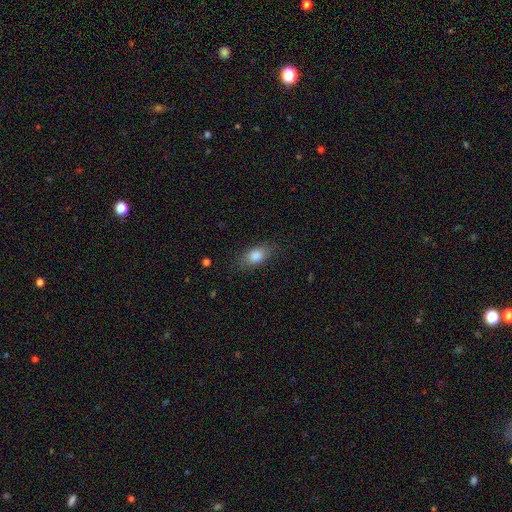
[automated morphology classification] This is clearly a smooth galaxy (83%). How rounded: clearly in between (84%). Merging: likely none (79%).